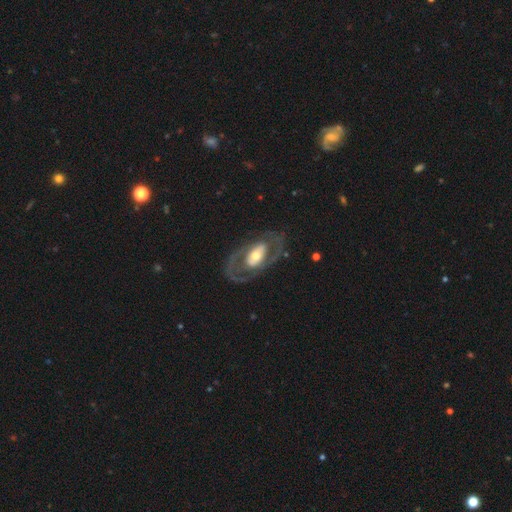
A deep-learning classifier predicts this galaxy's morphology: A featured or disk galaxy (77%) with no bar (55%), spiral arms (62%) and a moderate central bulge (60%). Merging: none (74%).